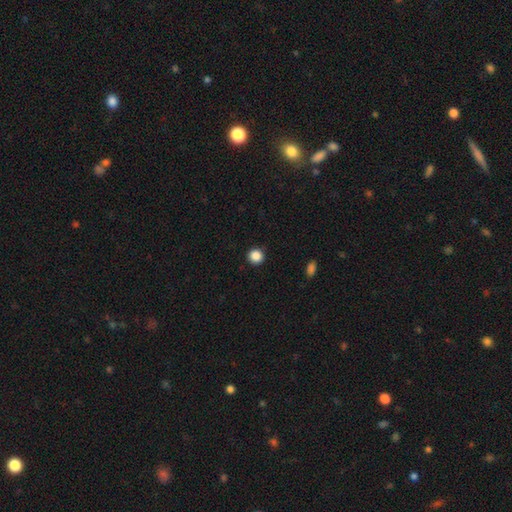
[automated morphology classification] This appears to be a smooth galaxy with no disk features (87%) that is round (94%). Merging: none (92%).